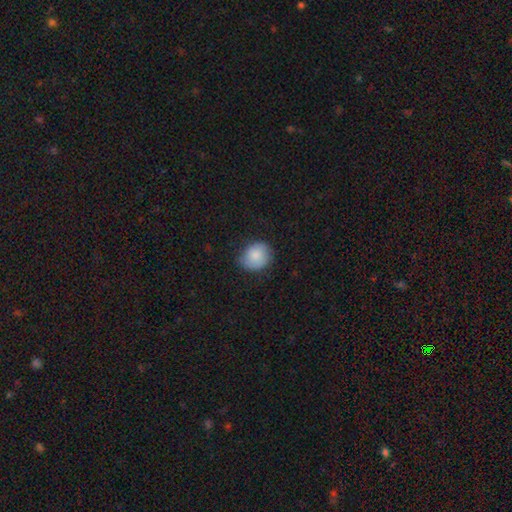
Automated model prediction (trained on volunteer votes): Smooth or featured? smooth (83%)
How rounded? round (64%)
Merging? none (72%)